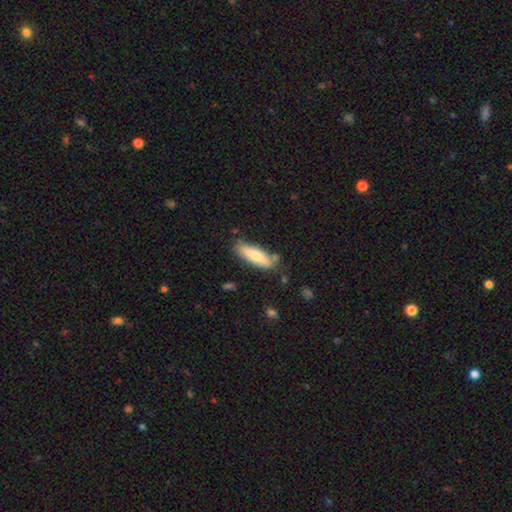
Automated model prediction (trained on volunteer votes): Overall: smooth (72%). How rounded: cigar-shaped (53%; in between 45%). Merging: none (75%).